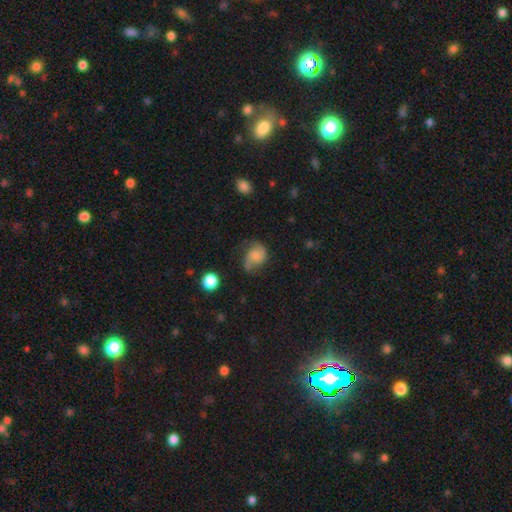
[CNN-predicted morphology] A featured or disk galaxy (54%) with no bar (65%), spiral arms (90%) and no central bulge (33%). Merging: none (52%).